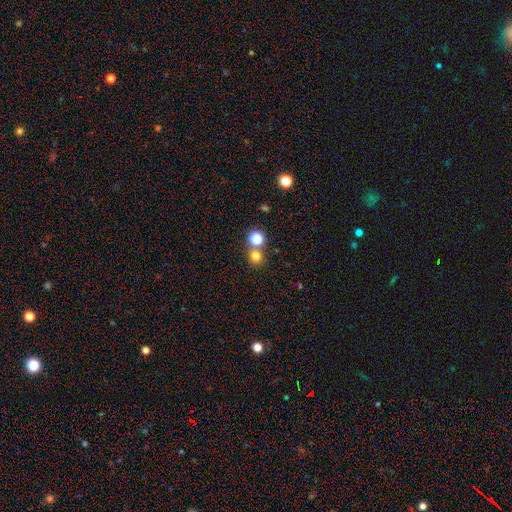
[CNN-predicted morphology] smooth-or-featured: smooth: 75% | star or artifact: 18% | featured or disk: 6%
  how-rounded: round: 89% | in between: 10% | cigar-shaped: 1%
  merging: none: 67% | merger: 24% | minor disturbance: 6% | major disturbance: 3%